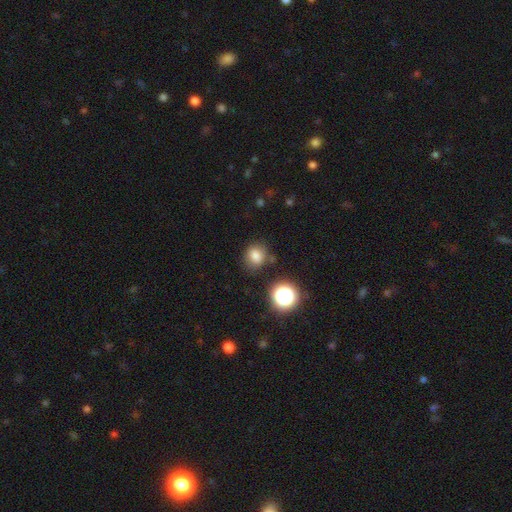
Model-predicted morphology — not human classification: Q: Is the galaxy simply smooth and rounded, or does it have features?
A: smooth — 79%.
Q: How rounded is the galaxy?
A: round — 68%.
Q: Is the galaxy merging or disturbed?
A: none — 76%.